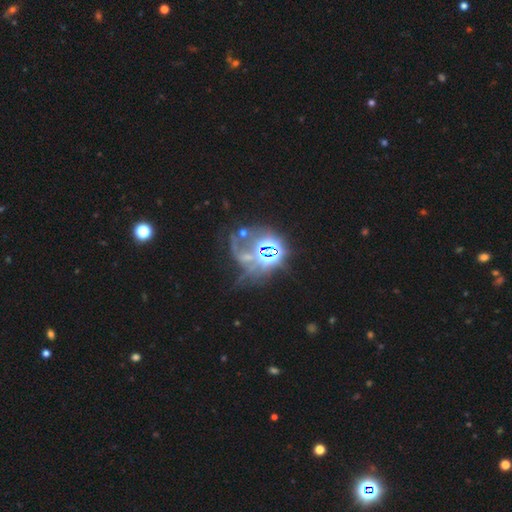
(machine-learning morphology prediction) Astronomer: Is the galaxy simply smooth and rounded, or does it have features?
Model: star or artifact — 58%.